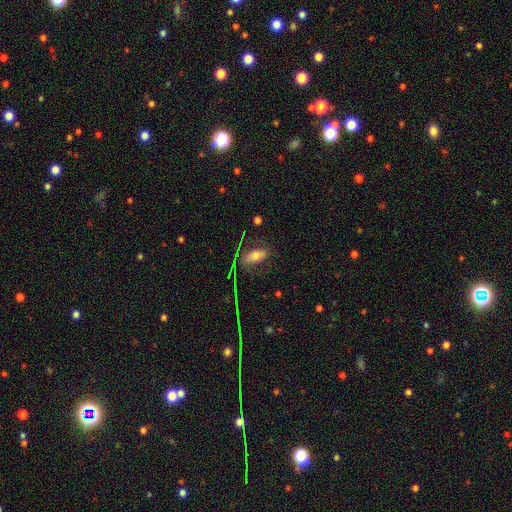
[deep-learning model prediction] Smooth or featured?
  - smooth: 54% *
  - featured or disk: 33%
  - star or artifact: 13%
How rounded?
  - in between: 85% *
  - cigar-shaped: 9%
  - round: 6%
Merging?
  - none: 64% *
  - minor disturbance: 19%
  - major disturbance: 14%
  - merger: 3%